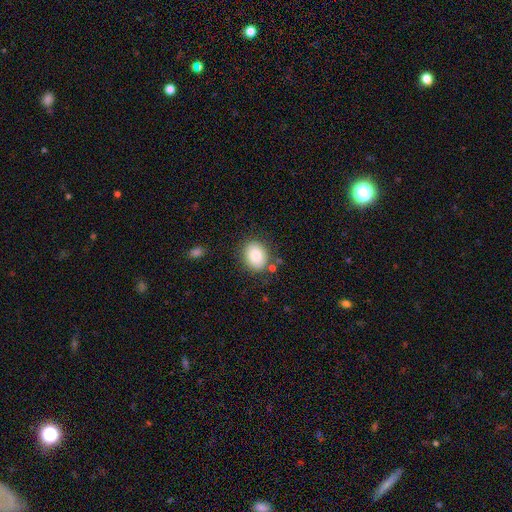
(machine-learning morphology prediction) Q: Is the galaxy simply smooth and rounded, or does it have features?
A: smooth — 84%.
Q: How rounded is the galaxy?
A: in between — 57%.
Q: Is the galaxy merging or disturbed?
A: none — 82%.